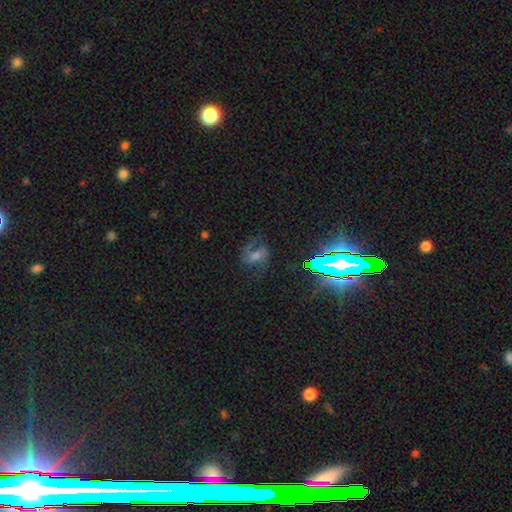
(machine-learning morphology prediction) Q: Smooth or featured?
A: featured or disk (58%); runner-up: star or artifact (23%)
Q: Edge-on disk?
A: no (96%); runner-up: yes (4%)
Q: Bar?
A: weak (42%); runner-up: strong (30%)
Q: Spiral arms?
A: yes (90%); runner-up: no (10%)
Q: Bulge size?
A: moderate (40%); runner-up: small (30%)
Q: Merging?
A: none (64%); runner-up: minor disturbance (18%)